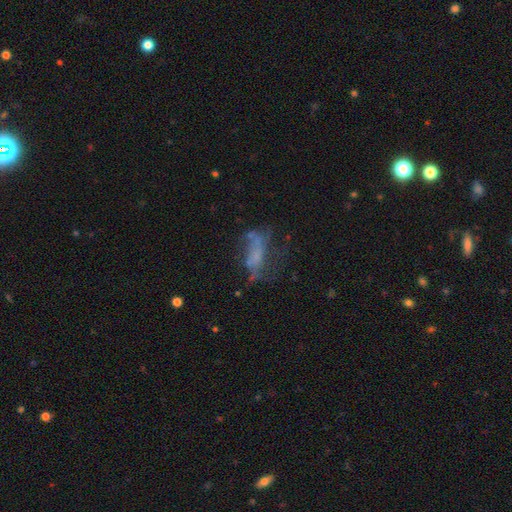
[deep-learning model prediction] Smooth or featured? Predicted: featured or disk (p=0.49). Merging? Predicted: major disturbance (p=0.39).